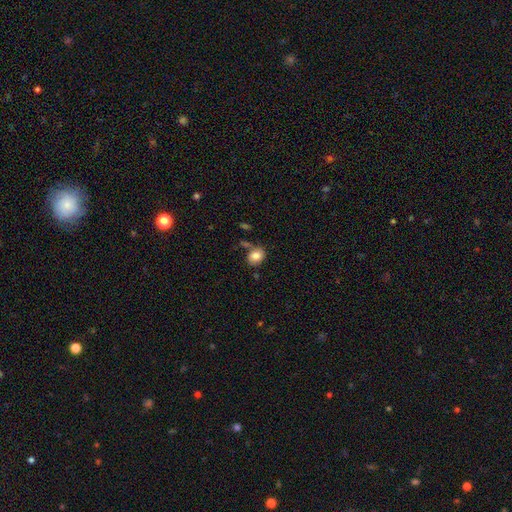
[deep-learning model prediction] smooth-or-featured: smooth: 82% | featured or disk: 9% | star or artifact: 9%
  how-rounded: in between: 53% | round: 46% | cigar-shaped: 1%
  merging: none: 63% | minor disturbance: 19% | merger: 12% | major disturbance: 6%